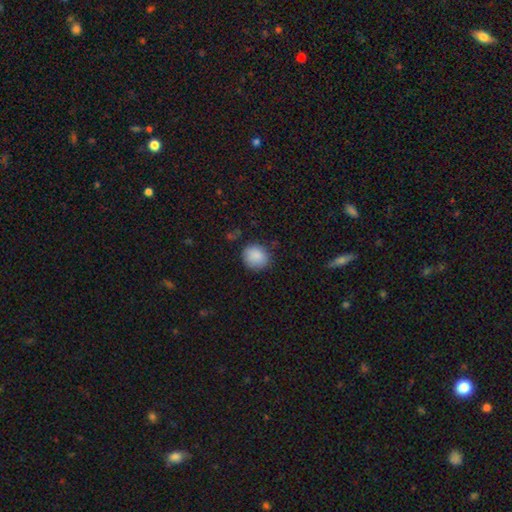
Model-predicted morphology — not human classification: Smooth or featured? smooth (88%)
How rounded? round (82%)
Merging? none (82%)